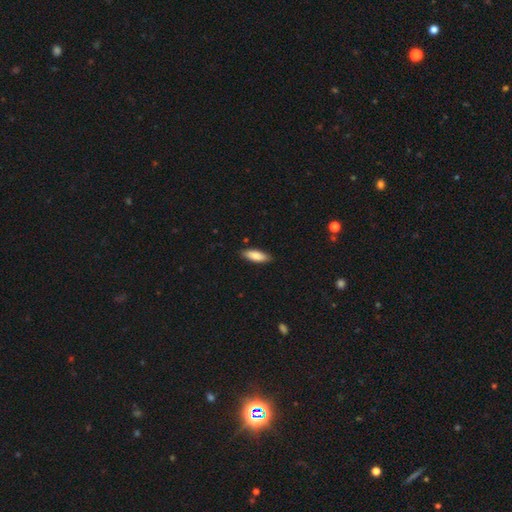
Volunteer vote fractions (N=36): Smooth or featured: smooth — 92% (featured or disk — 6%)
How rounded: in between — 76% (cigar-shaped — 24%)
Merging: none — 94% (minor disturbance — 3%)